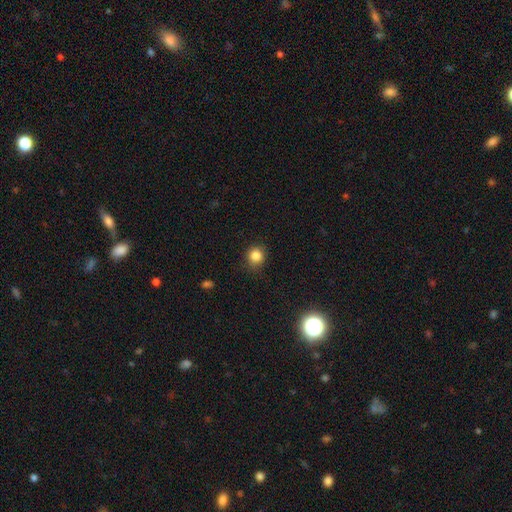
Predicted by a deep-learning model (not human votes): Morphology: type=smooth (84%); roundness=round (84%); merging=none (81%).